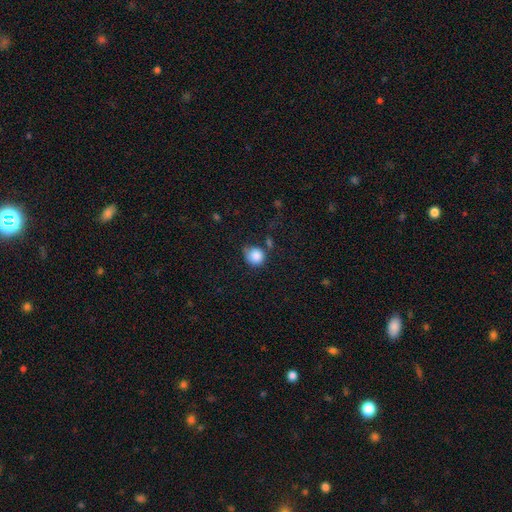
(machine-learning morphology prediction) type=smooth (86%); roundness=round (80%); merging=none (55%).